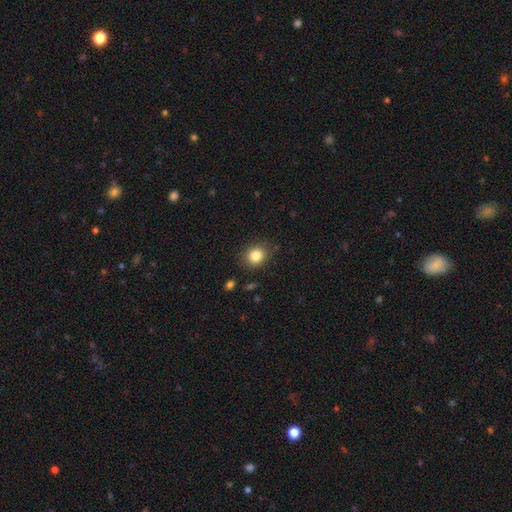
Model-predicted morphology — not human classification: A smooth galaxy with no disk features (83%) that is round (68%). Merging: none (83%).